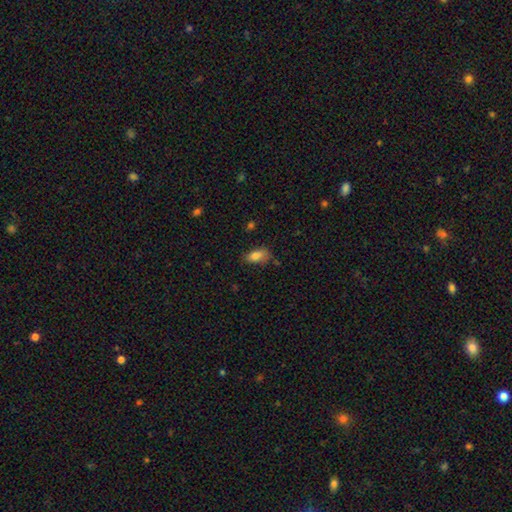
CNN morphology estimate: smooth 84%, star or artifact 9%, featured or disk 8%. Down the decision tree: how rounded — in between (87%); merging — none (66%).